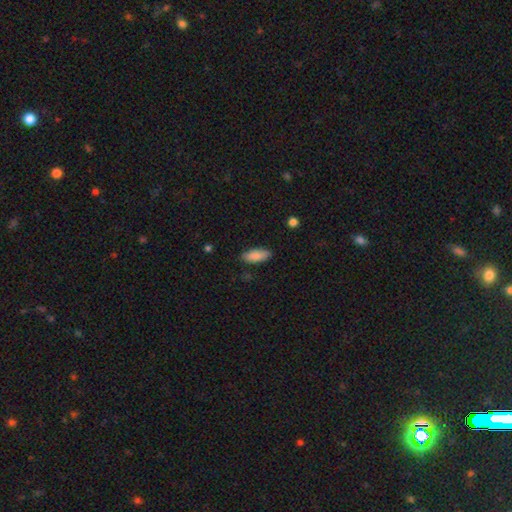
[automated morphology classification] A smooth galaxy with no disk features (88%) that is in between round and cigar-shaped (77%). Merging: none (85%).